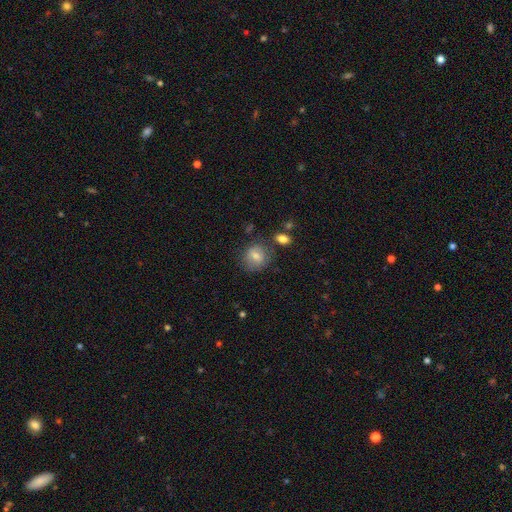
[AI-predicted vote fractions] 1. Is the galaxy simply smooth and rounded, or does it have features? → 73% smooth, 18% featured or disk, 9% star or artifact.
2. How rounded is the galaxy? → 71% round, 28% in between, 1% cigar-shaped.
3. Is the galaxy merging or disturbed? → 73% none, 16% minor disturbance, 6% major disturbance, 6% merger.